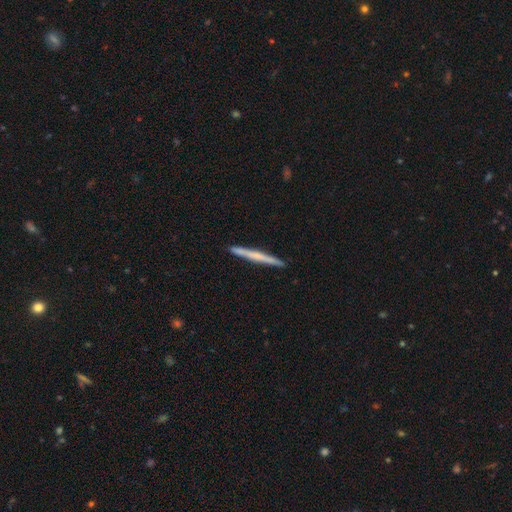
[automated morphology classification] This appears to be a smooth galaxy with no disk features (50%). Merging: none (92%).